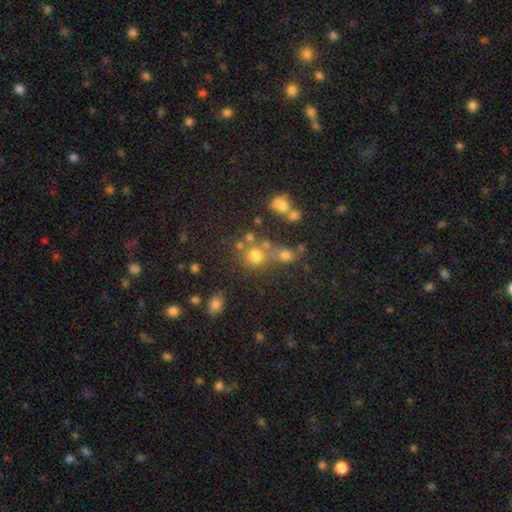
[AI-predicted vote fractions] A smooth galaxy with no disk features (69%) that is round (86%). Merging: none (52%).